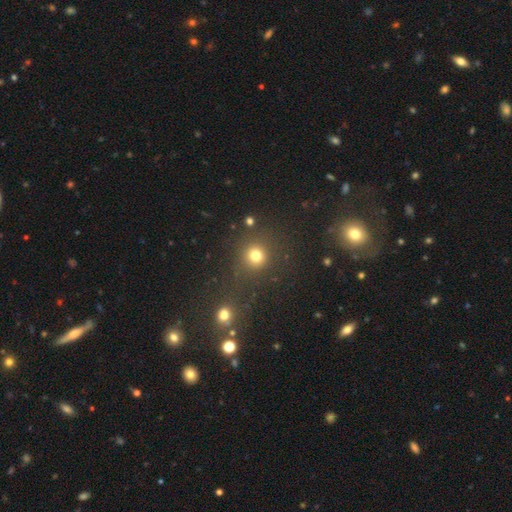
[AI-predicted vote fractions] This appears to be a smooth galaxy with no disk features (76%) that is round (91%). Merging: none (77%).